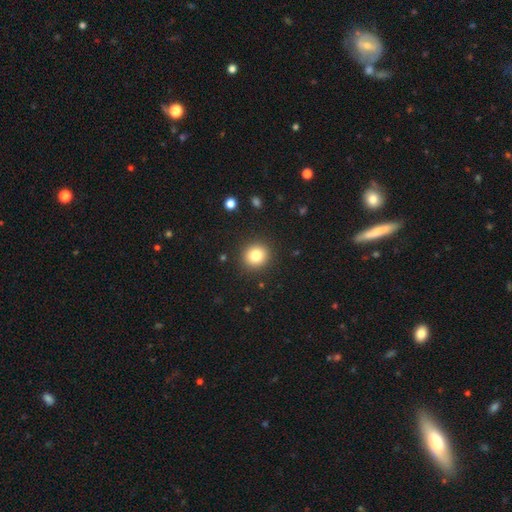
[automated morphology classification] The model was most divided on "smooth or featured": smooth: 80%, star or artifact: 11%, featured or disk: 8%. More confident: merging — none (91%); how rounded — round (90%).